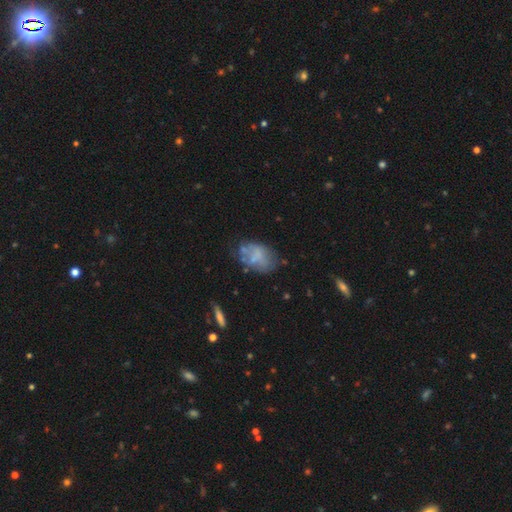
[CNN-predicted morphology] The model was most divided on "smooth or featured": smooth: 50%, featured or disk: 39%, star or artifact: 11%. Remaining: merging — none (49%).